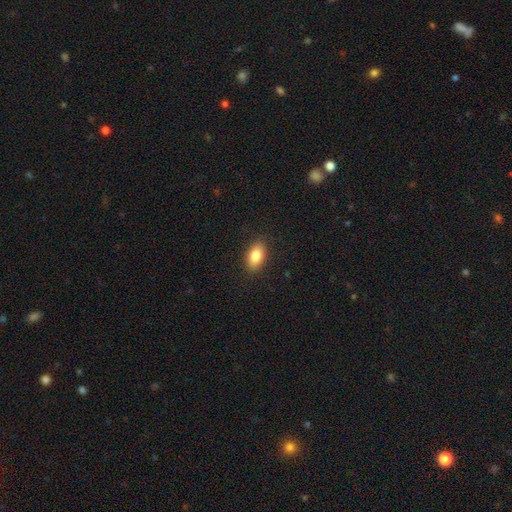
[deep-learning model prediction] Smooth or featured?
  - smooth: 84% *
  - featured or disk: 8%
  - star or artifact: 7%
How rounded?
  - in between: 91% *
  - round: 5%
  - cigar-shaped: 4%
Merging?
  - none: 88% *
  - minor disturbance: 9%
  - major disturbance: 2%
  - merger: 1%